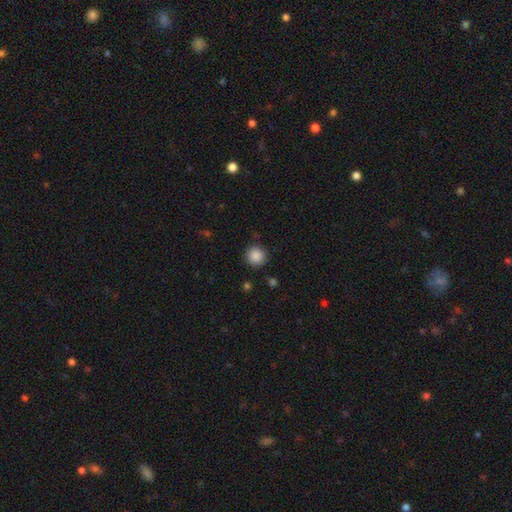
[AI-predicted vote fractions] Smooth or featured? Predicted: smooth (p=0.88). How rounded? Predicted: round (p=0.94). Merging? Predicted: none (p=0.89).